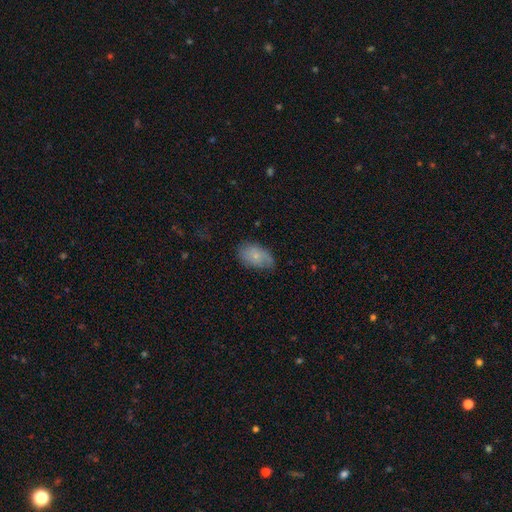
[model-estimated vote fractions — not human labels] smooth-or-featured: smooth: 71% | featured or disk: 21% | star or artifact: 7%
  how-rounded: in between: 91% | round: 8% | cigar-shaped: 2%
  merging: none: 61% | minor disturbance: 30% | major disturbance: 8% | merger: 1%